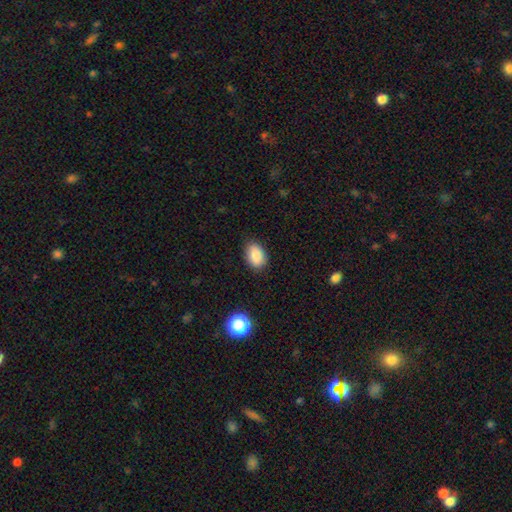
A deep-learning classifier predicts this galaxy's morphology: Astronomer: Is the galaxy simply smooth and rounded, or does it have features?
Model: smooth — 87%.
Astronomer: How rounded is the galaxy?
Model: in between — 87%.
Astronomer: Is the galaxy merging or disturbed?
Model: none — 85%.